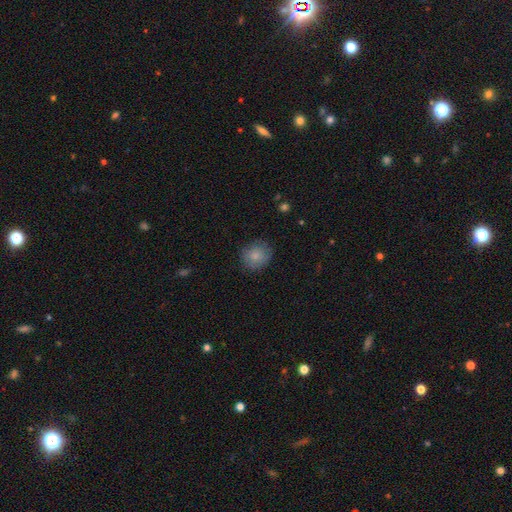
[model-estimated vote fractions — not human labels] A smooth galaxy with no disk features (82%) that is round (82%). Merging: none (79%).